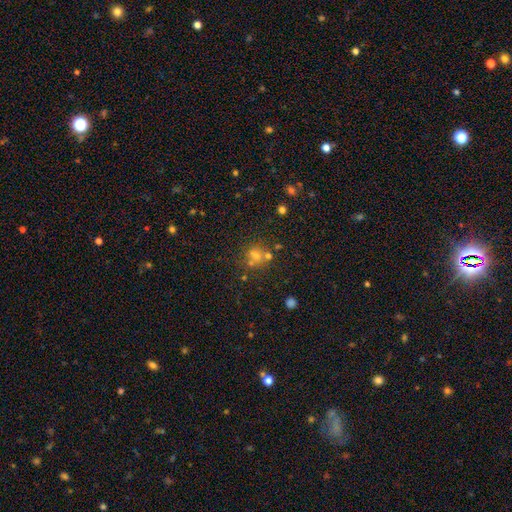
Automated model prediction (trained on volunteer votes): Morphology: type=smooth (50%); merging=none (56%).